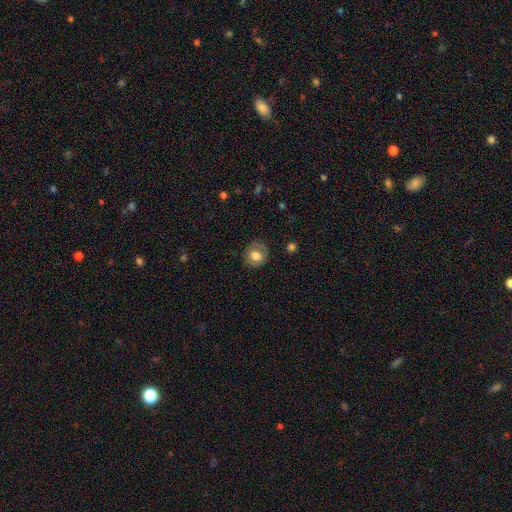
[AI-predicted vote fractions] Smooth or featured: smooth — 74% (featured or disk — 17%)
How rounded: round — 85% (in between — 15%)
Merging: none — 81% (minor disturbance — 14%)